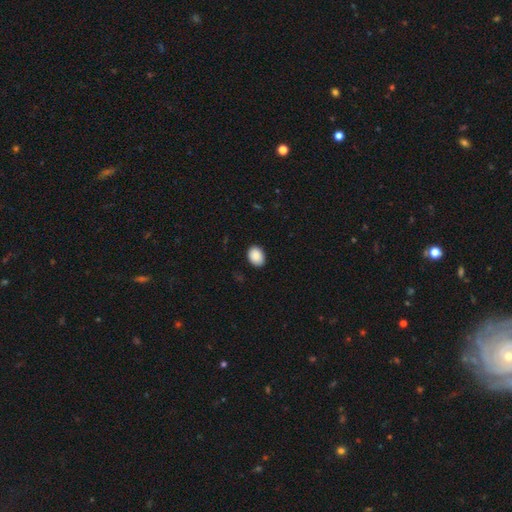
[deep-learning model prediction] The model was most divided on "how rounded": in between: 70%, round: 29%, cigar-shaped: 1%. More confident: smooth or featured — smooth (89%); merging — none (88%).